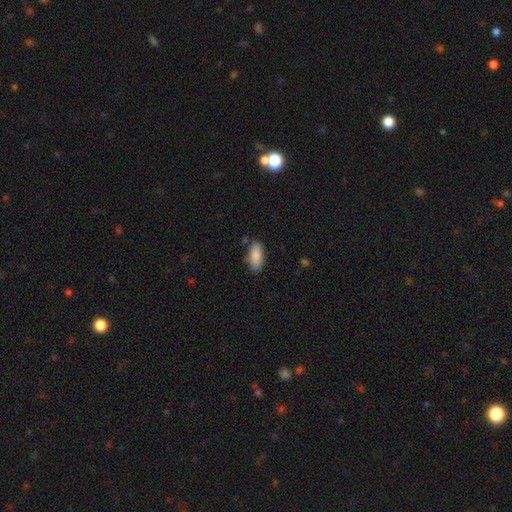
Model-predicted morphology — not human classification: Smooth or featured: smooth — 88% (star or artifact — 6%)
How rounded: in between — 89% (cigar-shaped — 9%)
Merging: none — 78% (minor disturbance — 15%)